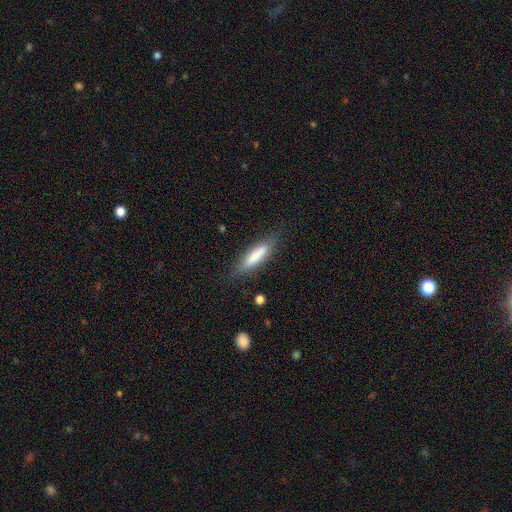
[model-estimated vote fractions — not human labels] Smooth or featured: smooth — 72% (featured or disk — 21%)
How rounded: cigar-shaped — 76% (in between — 22%)
Merging: none — 81% (minor disturbance — 14%)